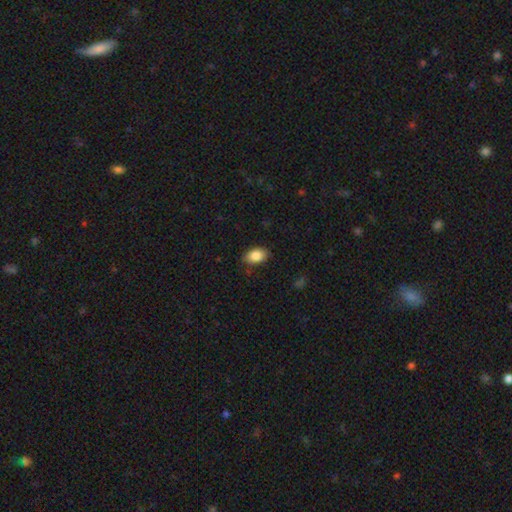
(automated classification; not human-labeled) This appears to be a smooth galaxy with no disk features (86%) that is in between round and cigar-shaped (89%). Merging: none (83%).